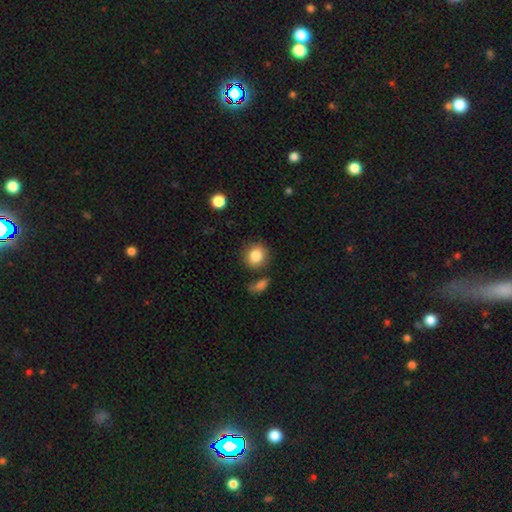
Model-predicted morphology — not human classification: A smooth galaxy with no disk features (84%) that is round (84%). Merging: none (79%).